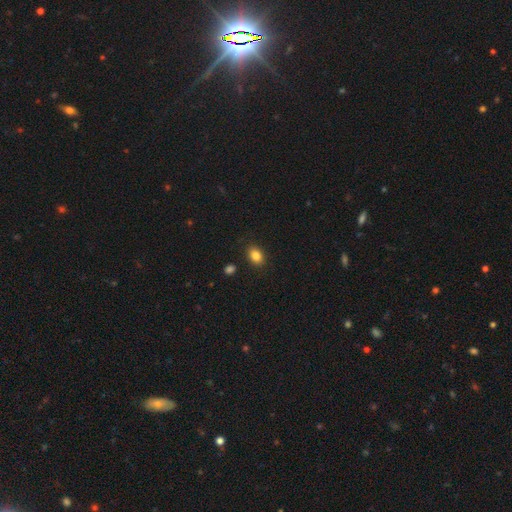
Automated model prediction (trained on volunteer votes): smooth 85%, star or artifact 10%, featured or disk 6%. Down the decision tree: how rounded — in between (73%); merging — none (87%).